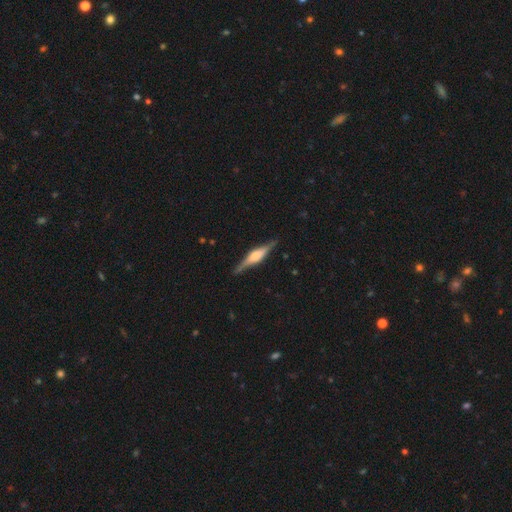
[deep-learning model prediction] smooth_or_featured: featured or disk (p=0.74) [alt: smooth p=0.20]
disk_edge_on: yes (p=0.97) [alt: no p=0.03]
edge_on_bulge: rounded (p=0.63) [alt: boxy p=0.32]
merging: none (p=0.87) [alt: minor disturbance p=0.10]